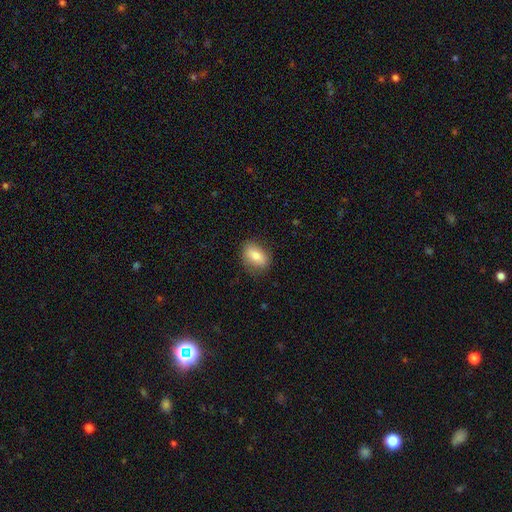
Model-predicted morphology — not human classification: Overall: smooth (77%). How rounded: in between (80%). Merging: none (79%).